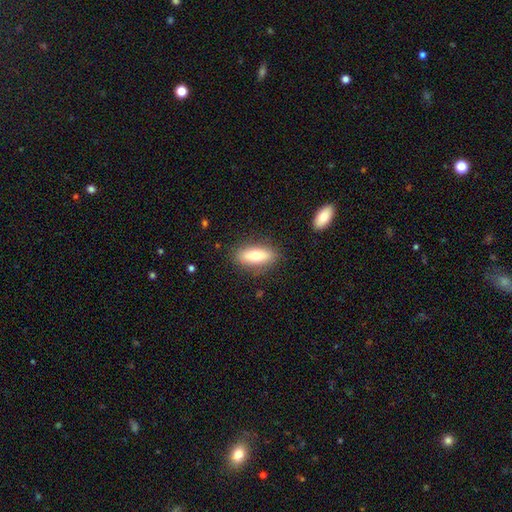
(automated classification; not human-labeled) Smooth or featured? smooth (70%)
How rounded? in between (71%)
Merging? none (85%)